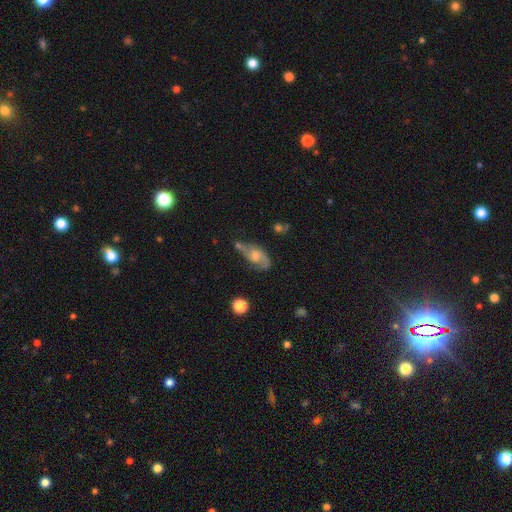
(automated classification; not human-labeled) Smooth or featured?
  - featured or disk: 72% *
  - smooth: 20%
  - star or artifact: 8%
Edge-on disk?
  - no: 95% *
  - yes: 5%
Bar?
  - no: 58% *
  - weak: 36%
  - strong: 6%
Spiral arms?
  - yes: 91% *
  - no: 9%
Spiral winding?
  - medium: 46% *
  - loose: 38%
  - tight: 16%
Spiral arm count?
  - 2: 83% *
  - 1: 7%
  - can't tell: 6%
  - 3: 1%
  - 4: 1%
  - more than 4: 1%
Bulge size?
  - moderate: 43% *
  - small: 30%
  - none: 13%
  - large: 12%
  - dominant: 2%
Merging?
  - none: 53% *
  - minor disturbance: 24%
  - major disturbance: 13%
  - merger: 11%